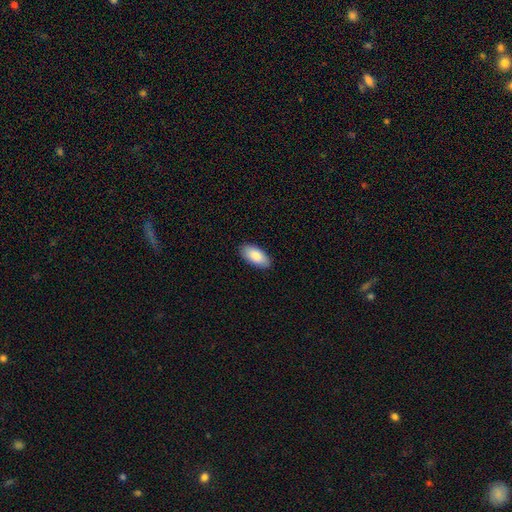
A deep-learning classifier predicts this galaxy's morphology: smooth_or_featured: smooth (p=0.87) [alt: featured or disk p=0.07]
how_rounded: in between (p=0.93) [alt: cigar-shaped p=0.05]
merging: none (p=0.89) [alt: minor disturbance p=0.09]